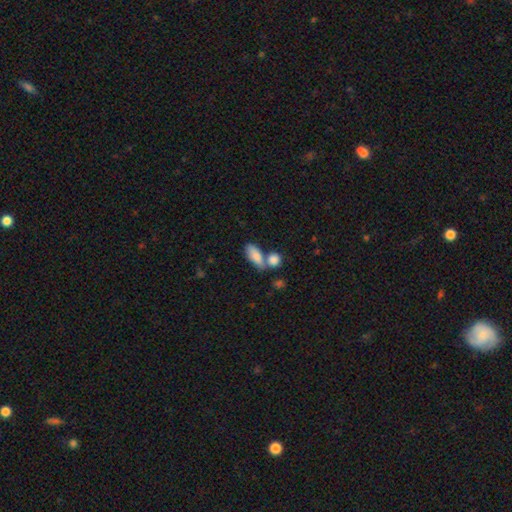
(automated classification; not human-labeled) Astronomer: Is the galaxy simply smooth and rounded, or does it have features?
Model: smooth — 84%.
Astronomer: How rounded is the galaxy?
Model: in between — 83%.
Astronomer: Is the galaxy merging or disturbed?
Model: none — 42% (runner-up: merger, 41%).